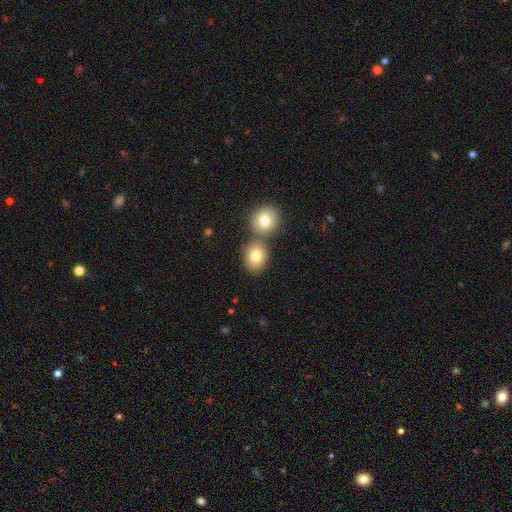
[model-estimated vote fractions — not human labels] smooth_or_featured: smooth (p=0.79) [alt: featured or disk p=0.11]
how_rounded: round (p=0.61) [alt: in between p=0.38]
merging: none (p=0.54) [alt: merger p=0.34]